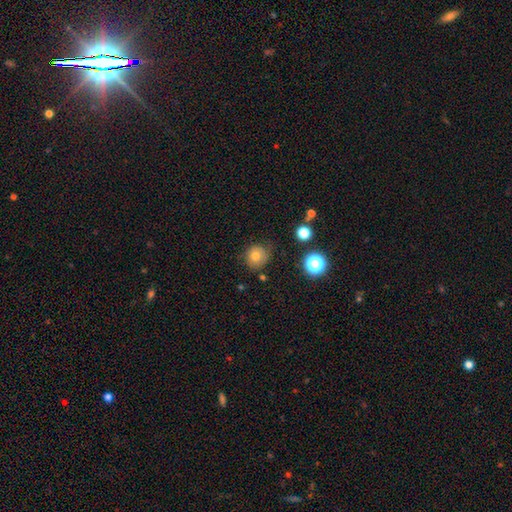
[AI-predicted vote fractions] Smooth or featured: smooth — 76% (star or artifact — 13%)
How rounded: round — 87% (in between — 12%)
Merging: none — 72% (minor disturbance — 20%)